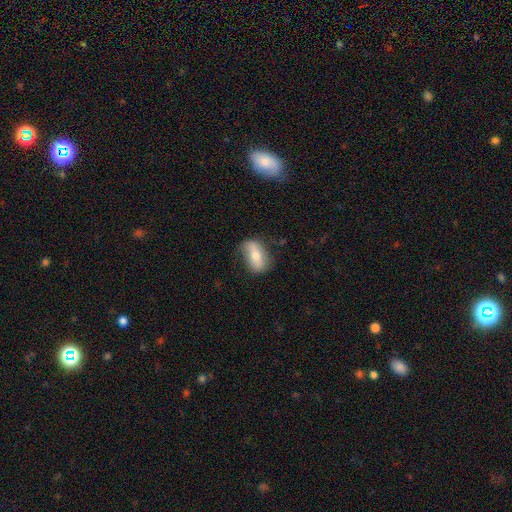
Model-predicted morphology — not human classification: The model was most divided on "smooth or featured": smooth: 55%, featured or disk: 38%, star or artifact: 7%. More confident: how rounded — in between (82%); merging — none (64%).